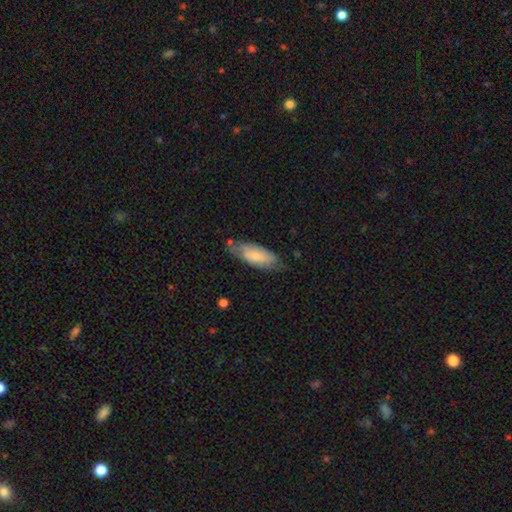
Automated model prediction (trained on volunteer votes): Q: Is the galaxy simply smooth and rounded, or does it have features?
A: smooth — 71%.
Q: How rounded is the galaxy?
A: in between — 74%.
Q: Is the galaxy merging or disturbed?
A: none — 62%.